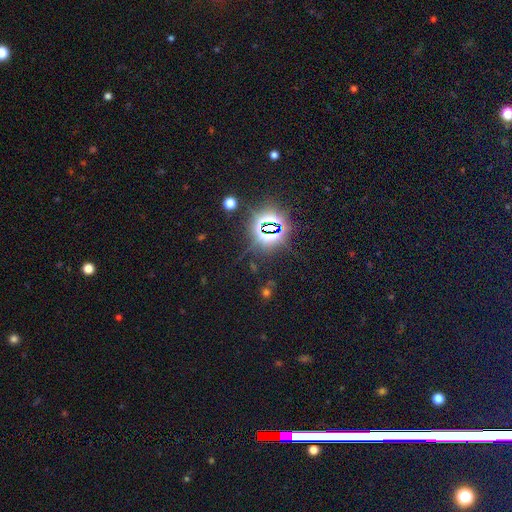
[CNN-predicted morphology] type=star or artifact (80%).